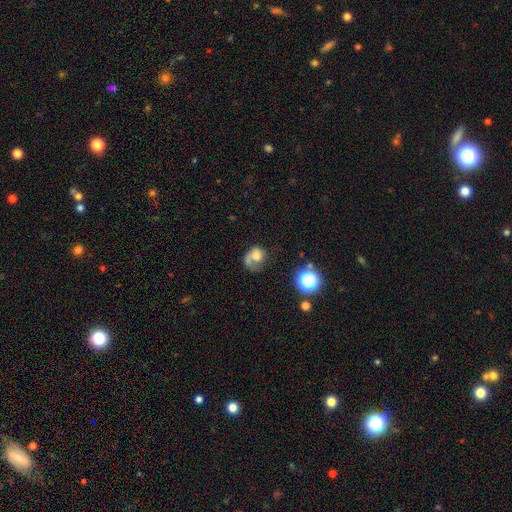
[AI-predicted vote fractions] Smooth or featured: smooth — 49% (featured or disk — 39%)
Merging: major disturbance — 36% (none — 32%)